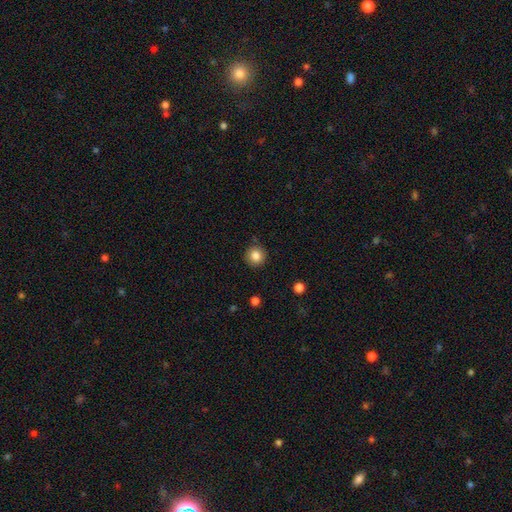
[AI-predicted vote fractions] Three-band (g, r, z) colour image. It shows a smooth galaxy with no disk features (85%) that is round (94%). Merging: none (88%).